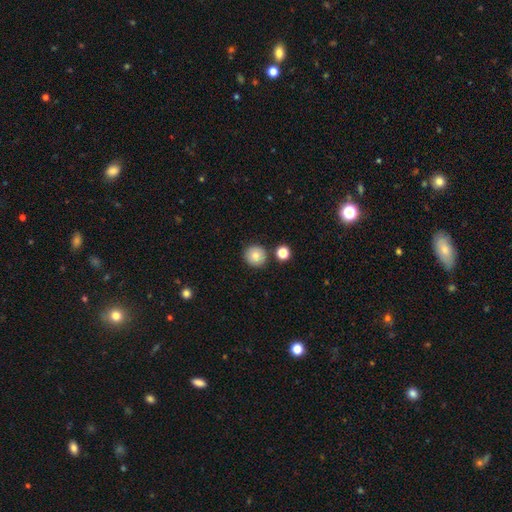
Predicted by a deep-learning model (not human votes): Smooth or featured: smooth — 82% (star or artifact — 10%)
How rounded: round — 94% (in between — 5%)
Merging: none — 86% (minor disturbance — 7%)